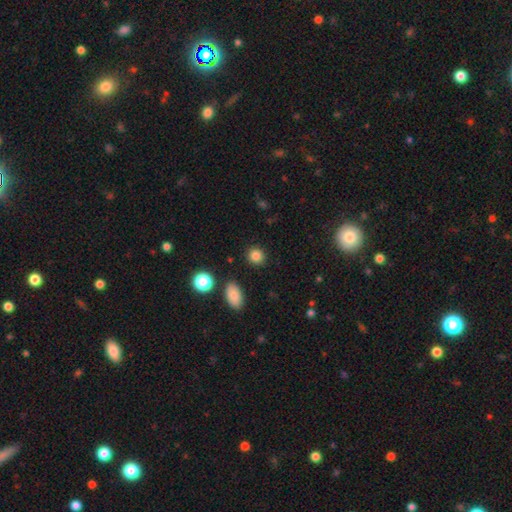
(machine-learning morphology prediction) This appears to be a smooth galaxy with no disk features (86%) that is round (86%). Merging: none (89%).